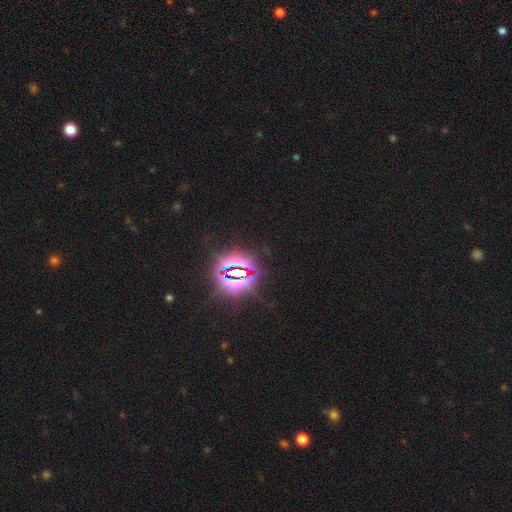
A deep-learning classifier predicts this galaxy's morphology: A star or artifact, not a galaxy (85%).